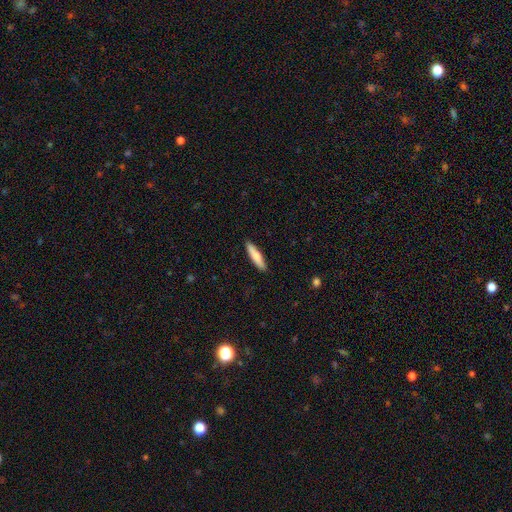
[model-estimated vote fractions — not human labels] smooth 73%, featured or disk 22%, star or artifact 5%. Down the decision tree: how rounded — cigar-shaped (83%); merging — none (90%).